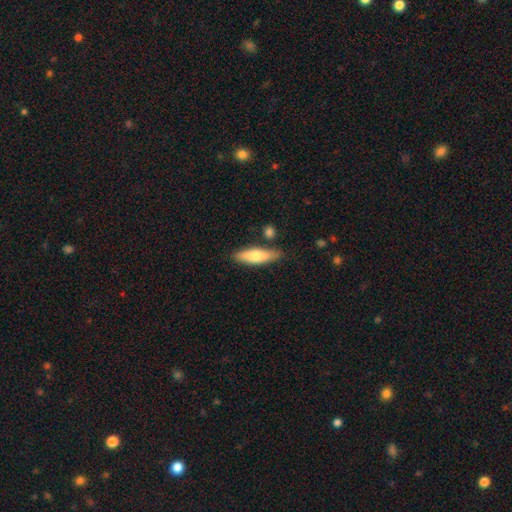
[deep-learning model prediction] The model was most divided on "how rounded": cigar-shaped: 58%, in between: 39%, round: 2%. More confident: merging — none (78%); smooth or featured — smooth (66%).